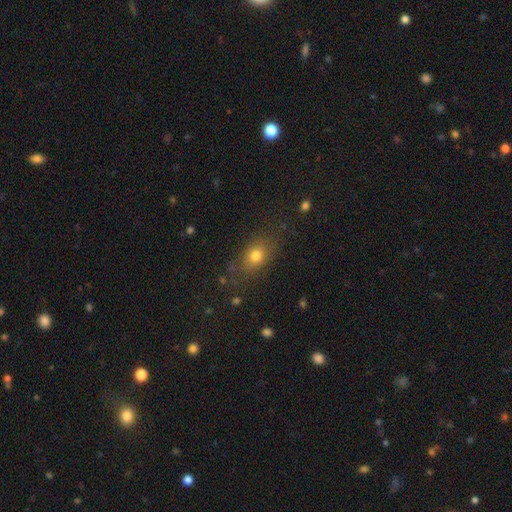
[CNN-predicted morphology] This appears to be a smooth galaxy with no disk features (76%) that is in between round and cigar-shaped (66%). Merging: none (76%).